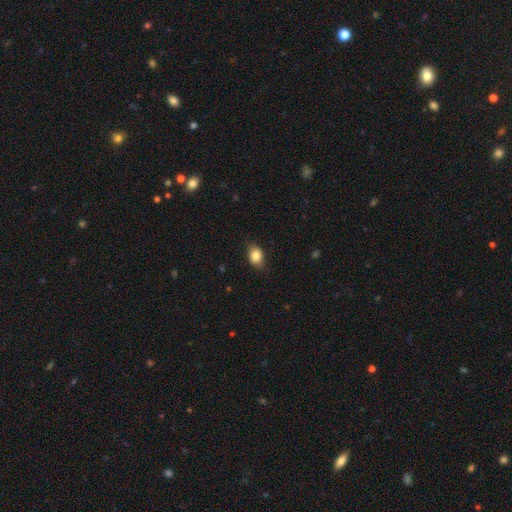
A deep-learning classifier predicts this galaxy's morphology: type=smooth (83%); roundness=in between (73%); merging=none (77%).